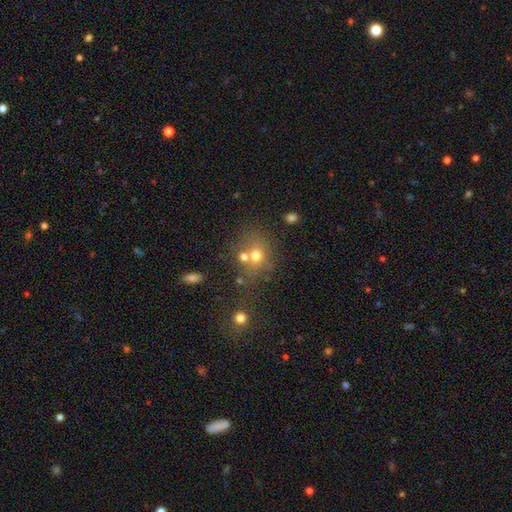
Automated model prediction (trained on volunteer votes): Overall: smooth (67%). How rounded: round (71%). Merging: none (50%; merger 32%).